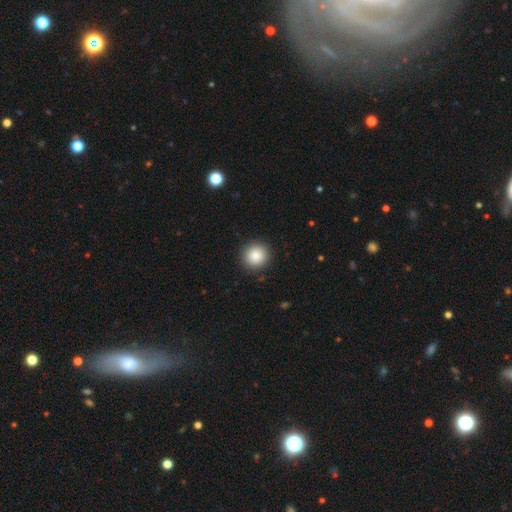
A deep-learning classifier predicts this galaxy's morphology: The model was most divided on "smooth or featured": smooth: 86%, star or artifact: 9%, featured or disk: 5%. More confident: how rounded — round (94%); merging — none (91%).